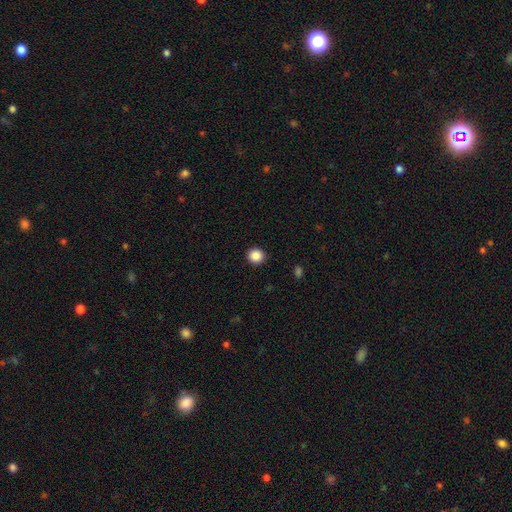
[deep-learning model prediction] Smooth or featured? smooth (87%)
How rounded? round (92%)
Merging? none (92%)